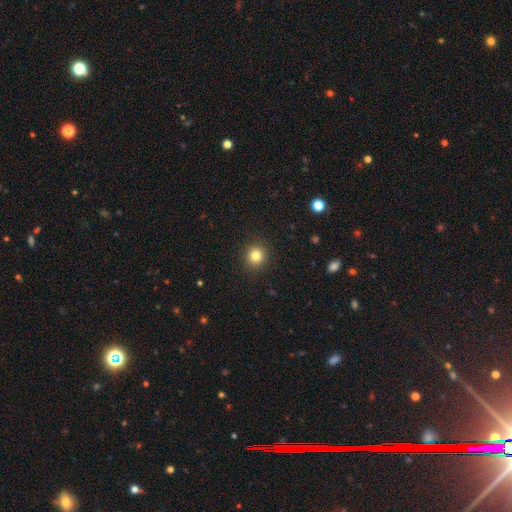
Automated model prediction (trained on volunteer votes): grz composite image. It shows a smooth galaxy with no disk features (82%) that is round (89%). Merging: none (92%).